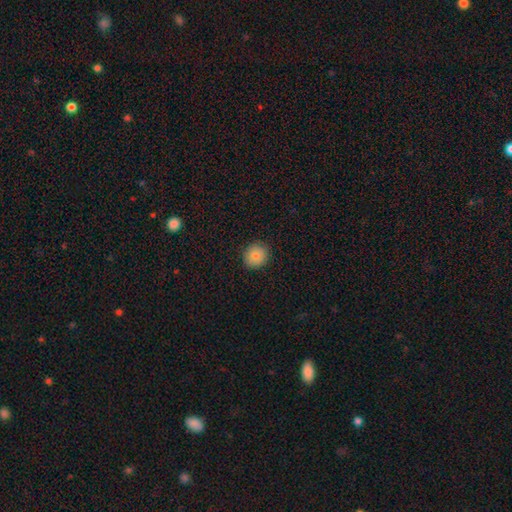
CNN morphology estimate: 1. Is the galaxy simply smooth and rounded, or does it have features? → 81% smooth, 10% star or artifact, 10% featured or disk.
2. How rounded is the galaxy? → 84% round, 15% in between, 1% cigar-shaped.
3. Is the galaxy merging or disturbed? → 89% none, 8% minor disturbance, 2% major disturbance, 1% merger.